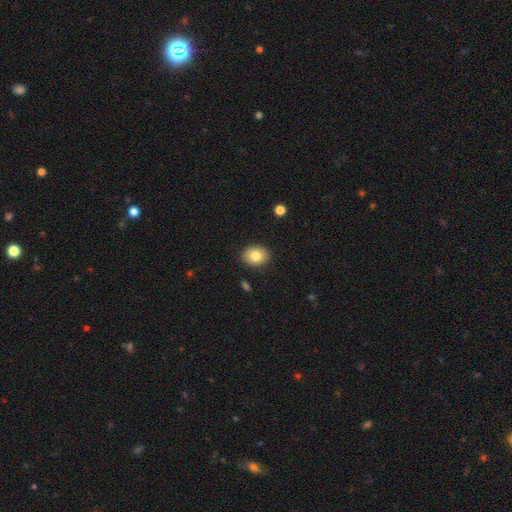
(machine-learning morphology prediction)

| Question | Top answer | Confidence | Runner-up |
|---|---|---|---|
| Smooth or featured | smooth | 80% | featured or disk (11%) |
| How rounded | in between | 55% | round (44%) |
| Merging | none | 89% | minor disturbance (8%) |